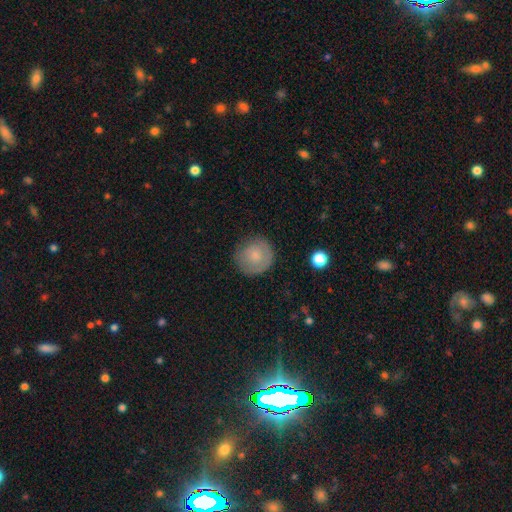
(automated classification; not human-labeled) Smooth or featured: smooth — 72% (featured or disk — 20%)
How rounded: round — 91% (in between — 8%)
Merging: none — 80% (minor disturbance — 15%)